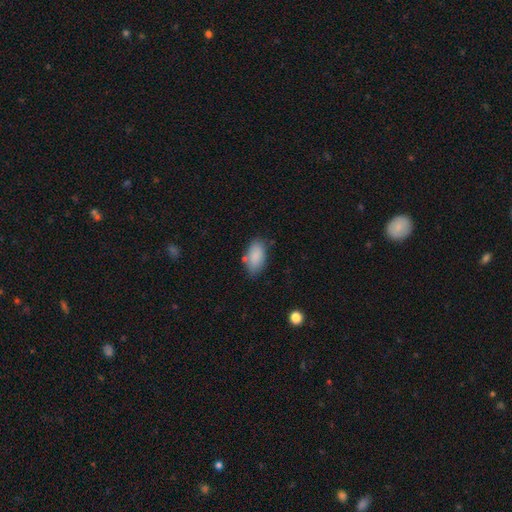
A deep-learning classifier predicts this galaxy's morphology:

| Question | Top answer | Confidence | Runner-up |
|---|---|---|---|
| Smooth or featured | smooth | 87% | star or artifact (7%) |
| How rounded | in between | 93% | cigar-shaped (3%) |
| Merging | none | 75% | minor disturbance (17%) |